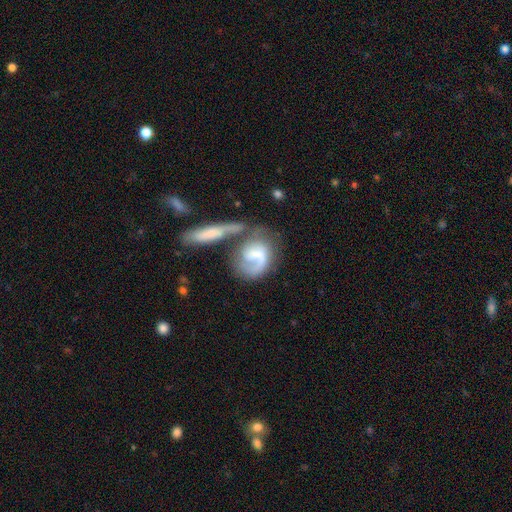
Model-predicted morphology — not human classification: Smooth or featured: featured or disk — 64% (smooth — 30%)
Edge-on disk: no — 94% (yes — 6%)
Bar: no — 50% (weak — 38%)
Spiral arms: yes — 84% (no — 16%)
Spiral winding: medium — 38% (loose — 34%)
Spiral arm count: 1 — 60% (2 — 26%)
Bulge size: none — 33% (small — 29%)
Merging: merger — 37% (none — 30%)